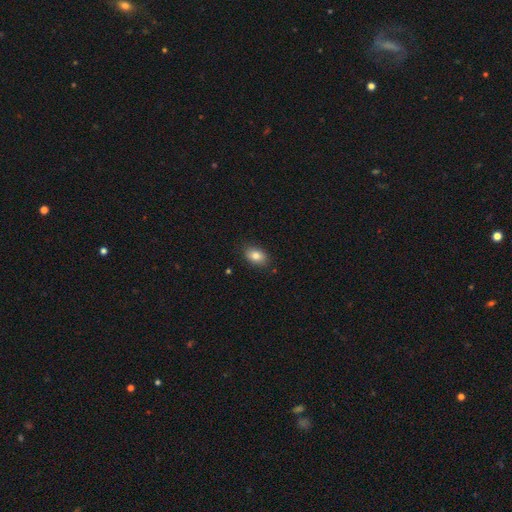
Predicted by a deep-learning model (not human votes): smooth_or_featured: smooth (p=0.83) [alt: featured or disk p=0.09]
how_rounded: in between (p=0.86) [alt: round p=0.13]
merging: none (p=0.86) [alt: minor disturbance p=0.11]